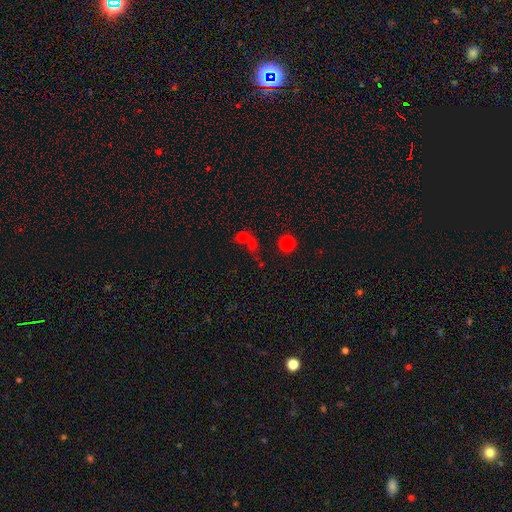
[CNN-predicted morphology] smooth_or_featured: smooth (p=0.65) [alt: star or artifact p=0.24]
how_rounded: round (p=0.75) [alt: in between p=0.22]
merging: none (p=0.52) [alt: merger p=0.31]